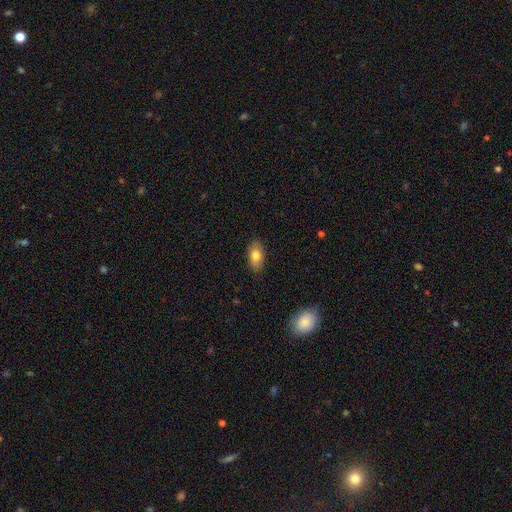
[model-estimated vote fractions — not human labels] A smooth galaxy with no disk features (79%) that is in between round and cigar-shaped (90%).

Vote fractions:
- Smooth or featured? smooth: 79% / featured or disk: 14% / star or artifact: 7%
- How rounded? in between: 90% / round: 6% / cigar-shaped: 4%
- Merging? none: 87% / minor disturbance: 10% / major disturbance: 2% / merger: 1%